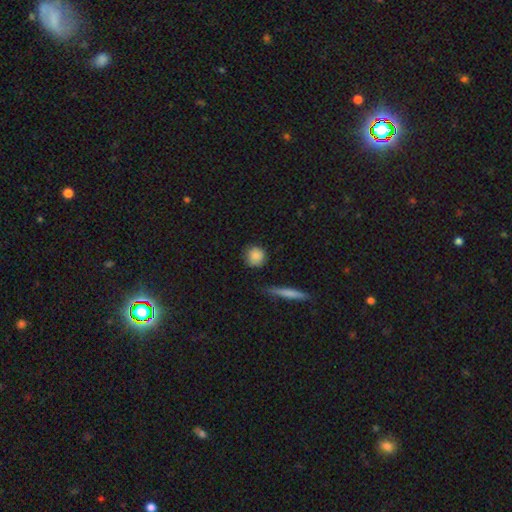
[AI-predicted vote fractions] The model was most divided on "merging": none: 82%, minor disturbance: 12%, major disturbance: 3%, merger: 3%. More confident: how rounded — round (88%); smooth or featured — smooth (85%).